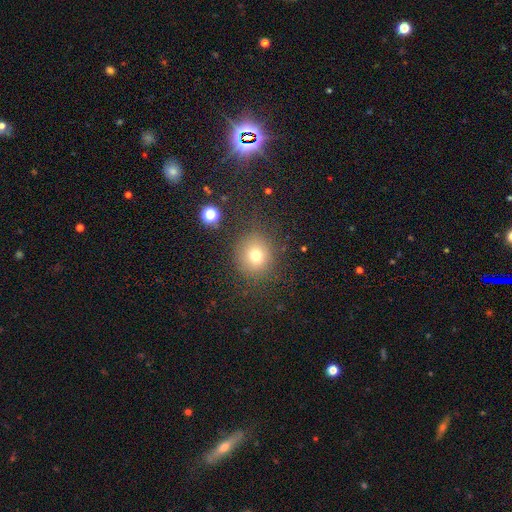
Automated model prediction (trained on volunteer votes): A smooth galaxy with no disk features (74%) that is round (84%).

Vote fractions:
- Smooth or featured? smooth: 74% / star or artifact: 16% / featured or disk: 10%
- How rounded? round: 84% / in between: 15% / cigar-shaped: 1%
- Merging? none: 81% / minor disturbance: 11% / major disturbance: 6% / merger: 2%